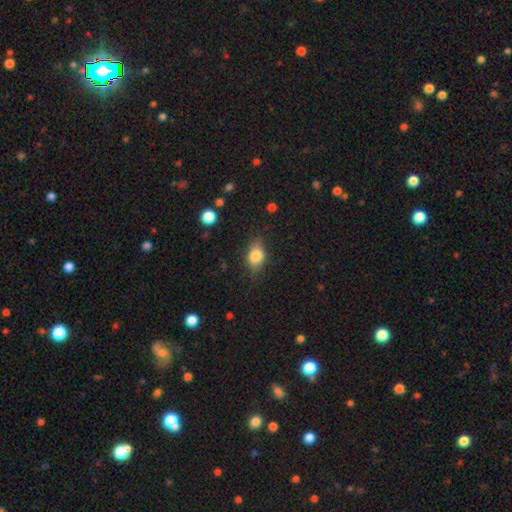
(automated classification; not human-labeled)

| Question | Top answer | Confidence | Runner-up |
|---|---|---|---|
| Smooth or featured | smooth | 81% | featured or disk (10%) |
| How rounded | in between | 78% | round (19%) |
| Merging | none | 78% | minor disturbance (17%) |